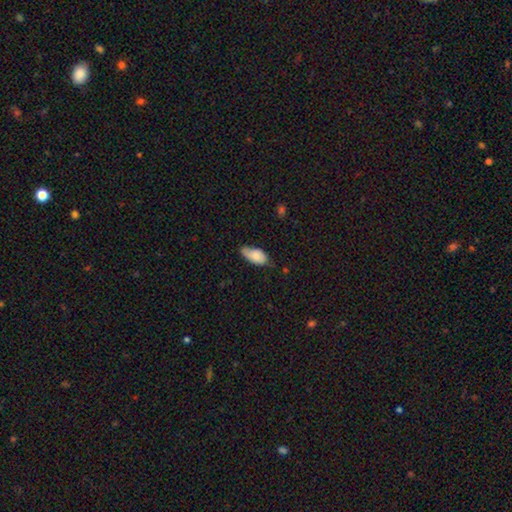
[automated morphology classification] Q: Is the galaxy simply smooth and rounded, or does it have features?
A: smooth — 77%.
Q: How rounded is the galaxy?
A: in between — 93%.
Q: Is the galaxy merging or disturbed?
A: none — 49%.